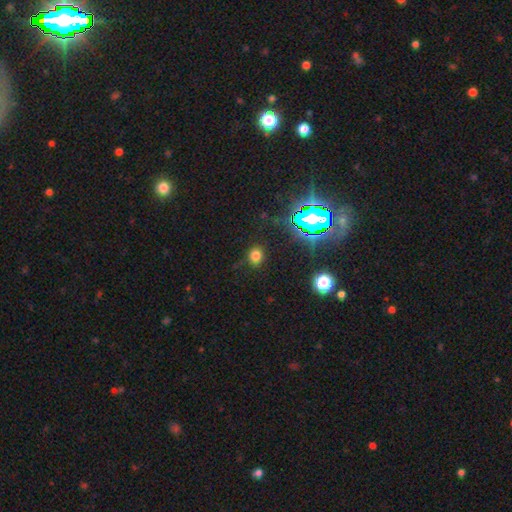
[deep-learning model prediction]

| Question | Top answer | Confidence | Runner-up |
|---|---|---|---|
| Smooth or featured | smooth | 70% | star or artifact (23%) |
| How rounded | round | 63% | in between (36%) |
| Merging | none | 83% | minor disturbance (11%) |